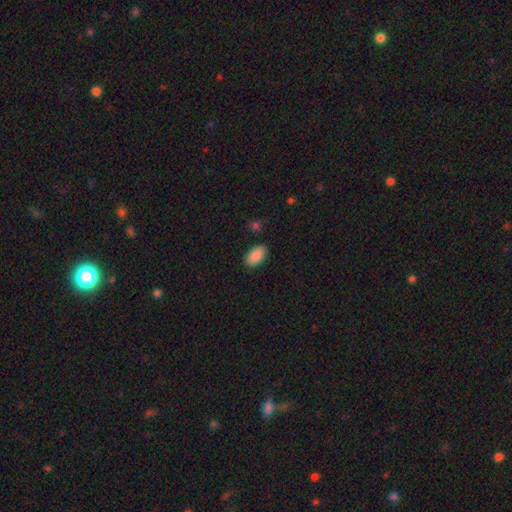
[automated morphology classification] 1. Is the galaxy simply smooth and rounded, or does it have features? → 88% smooth, 7% star or artifact, 5% featured or disk.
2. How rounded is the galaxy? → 94% in between, 3% round, 2% cigar-shaped.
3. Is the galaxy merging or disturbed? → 87% none, 9% minor disturbance, 2% major disturbance, 2% merger.